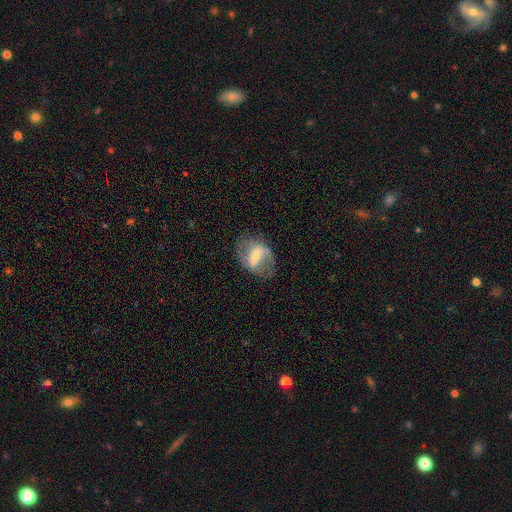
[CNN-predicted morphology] type=featured or disk (69%); edge-on=no (95%); bar=weak (42%); spiral arms=yes (75%); bulge=moderate (46%); merging=none (66%).